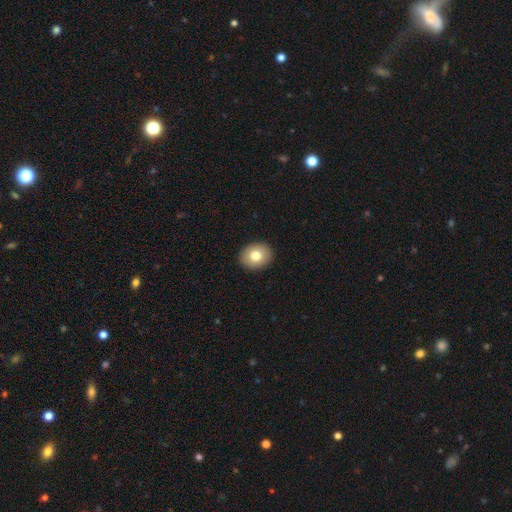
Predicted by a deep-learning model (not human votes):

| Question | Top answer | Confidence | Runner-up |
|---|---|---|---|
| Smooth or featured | smooth | 78% | featured or disk (14%) |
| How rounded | round | 54% | in between (45%) |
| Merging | none | 91% | minor disturbance (6%) |